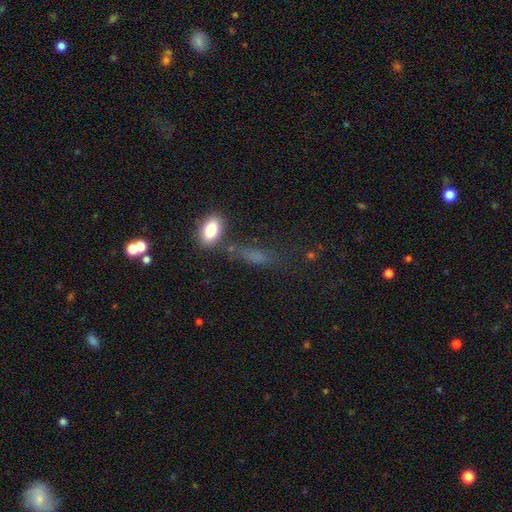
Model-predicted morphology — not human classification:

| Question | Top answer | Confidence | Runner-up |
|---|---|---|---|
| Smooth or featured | smooth | 67% | star or artifact (19%) |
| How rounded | in between | 57% | cigar-shaped (35%) |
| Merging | none | 57% | minor disturbance (19%) |